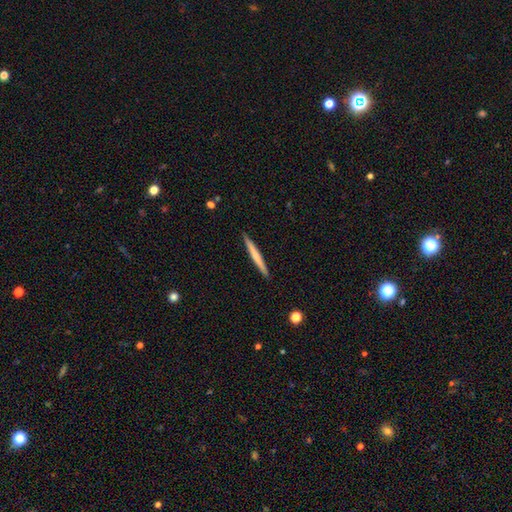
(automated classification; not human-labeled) Smooth or featured? smooth (58%)
How rounded? cigar-shaped (97%)
Merging? none (92%)